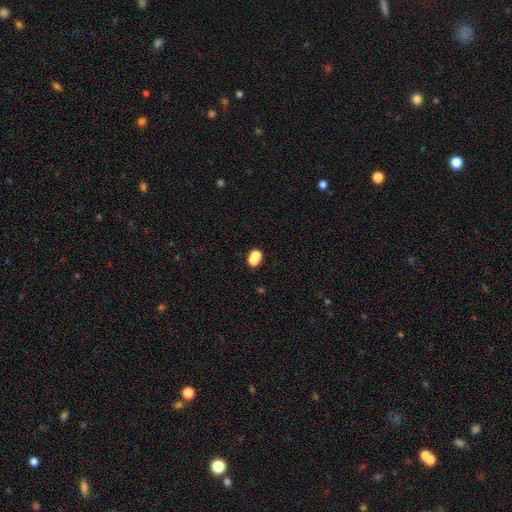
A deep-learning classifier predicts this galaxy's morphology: Smooth or featured?
  - smooth: 69% *
  - star or artifact: 16%
  - featured or disk: 14%
How rounded?
  - round: 53% *
  - in between: 46%
  - cigar-shaped: 1%
Merging?
  - merger: 53% *
  - none: 36%
  - minor disturbance: 7%
  - major disturbance: 4%